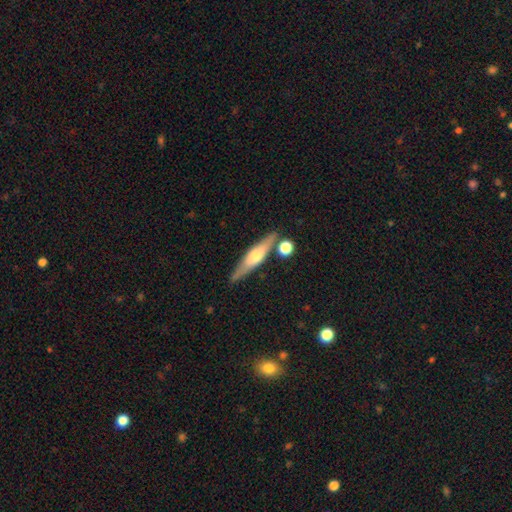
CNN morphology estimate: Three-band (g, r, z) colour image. It shows a featured or disk galaxy (60%) viewed edge-on (94%) with a rounded central bulge (85%). Merging: none (80%).